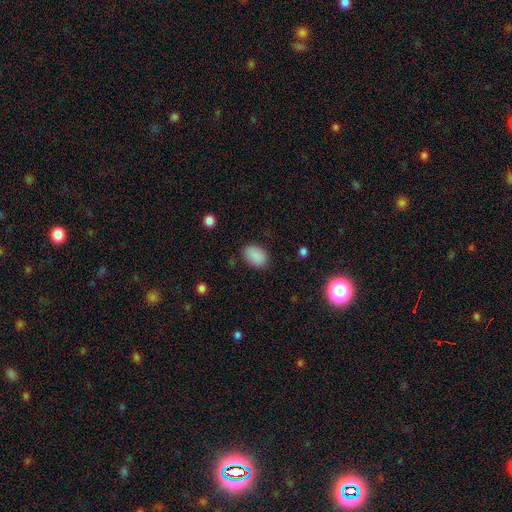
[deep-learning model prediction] Overall: smooth (89%). How rounded: in between (86%). Merging: none (85%).